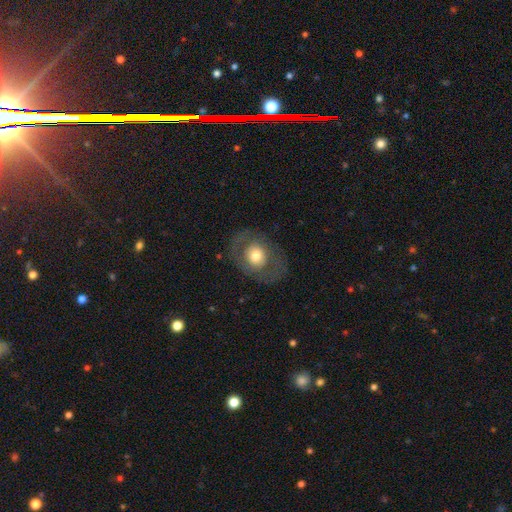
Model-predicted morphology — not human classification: Smooth or featured? smooth (53%)
How rounded? round (52%)
Merging? none (74%)